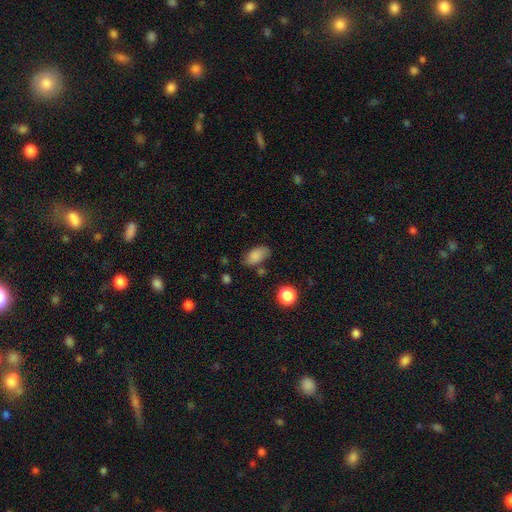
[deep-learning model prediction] This appears to be a smooth galaxy with no disk features (84%) that is in between round and cigar-shaped (91%). Merging: none (70%).